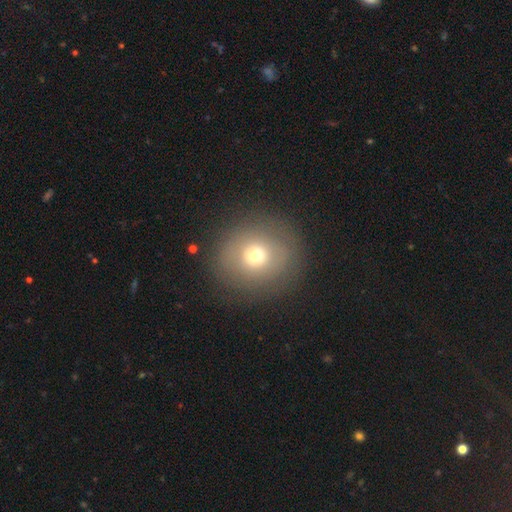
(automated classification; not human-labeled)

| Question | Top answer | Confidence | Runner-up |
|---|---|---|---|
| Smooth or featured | smooth | 66% | featured or disk (20%) |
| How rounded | round | 87% | in between (12%) |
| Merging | none | 85% | minor disturbance (9%) |